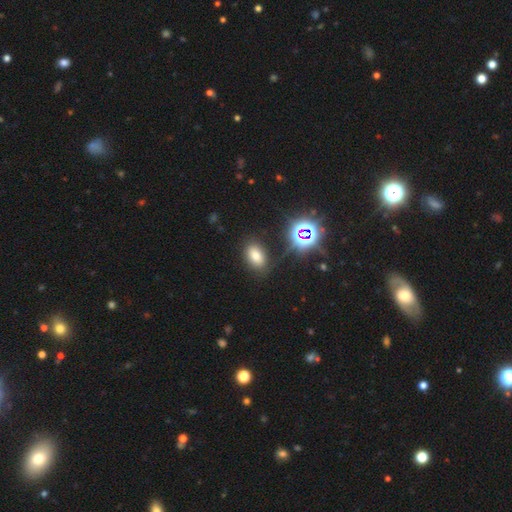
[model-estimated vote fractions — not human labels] Smooth or featured?
  - smooth: 70% *
  - star or artifact: 21%
  - featured or disk: 9%
How rounded?
  - in between: 85% *
  - round: 13%
  - cigar-shaped: 2%
Merging?
  - none: 83% *
  - minor disturbance: 11%
  - major disturbance: 4%
  - merger: 2%